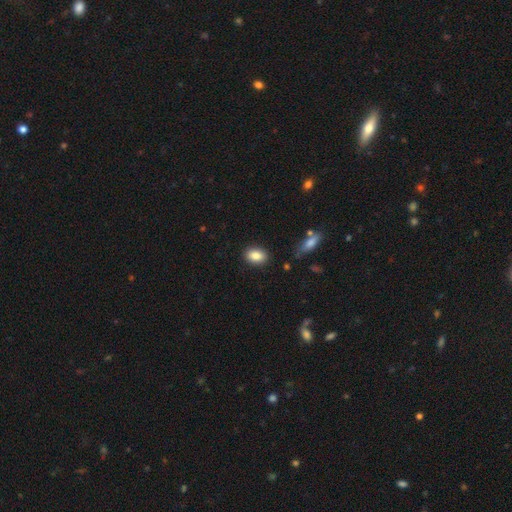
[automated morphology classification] Smooth or featured? Predicted: smooth (p=0.87). How rounded? Predicted: in between (p=0.83). Merging? Predicted: none (p=0.87).